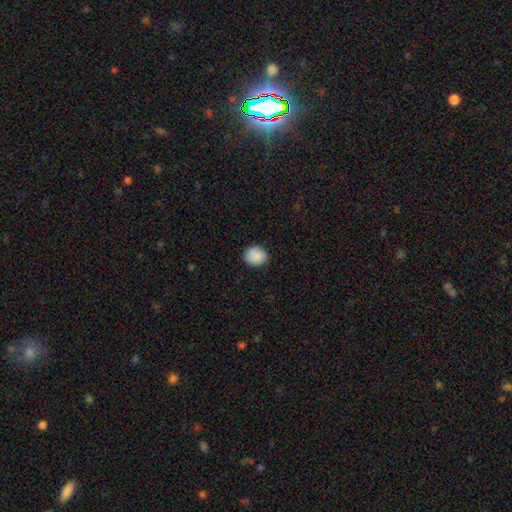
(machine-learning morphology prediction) This is clearly a smooth galaxy (89%). How rounded: likely round (67%). Merging: clearly none (84%).